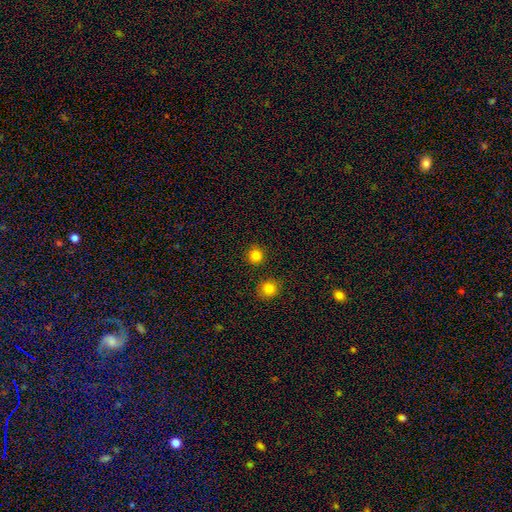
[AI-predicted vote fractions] A smooth galaxy with no disk features (84%) that is round (92%). Merging: none (88%).